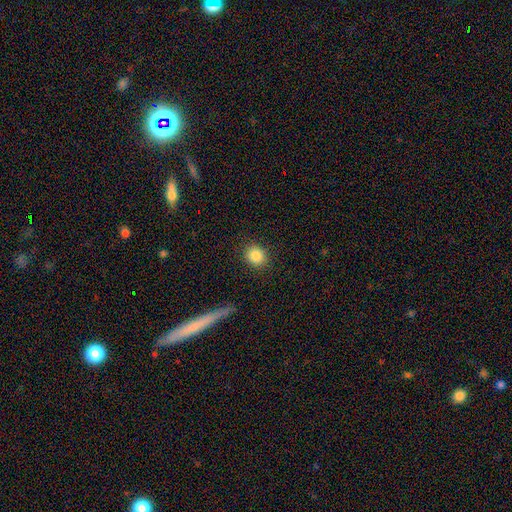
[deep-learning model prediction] smooth_or_featured: smooth (p=0.85) [alt: star or artifact p=0.10]
how_rounded: round (p=0.79) [alt: in between p=0.20]
merging: none (p=0.89) [alt: minor disturbance p=0.07]